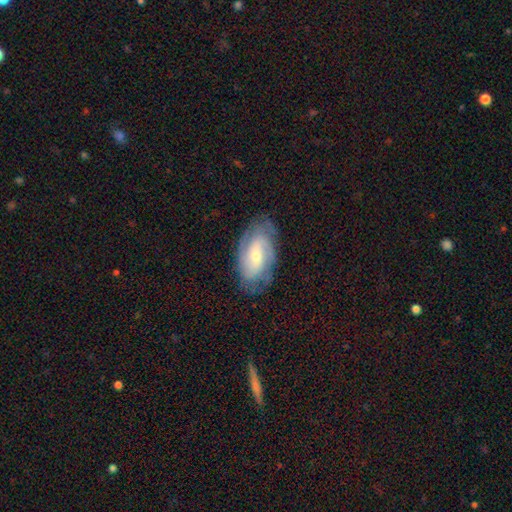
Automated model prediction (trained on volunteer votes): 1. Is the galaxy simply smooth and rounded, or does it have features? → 78% featured or disk, 16% smooth, 6% star or artifact.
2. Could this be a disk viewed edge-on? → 95% no, 5% yes.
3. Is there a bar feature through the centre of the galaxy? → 46% no, 41% weak, 13% strong.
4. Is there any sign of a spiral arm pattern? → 94% yes, 6% no.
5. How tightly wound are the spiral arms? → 49% tight, 39% medium, 12% loose.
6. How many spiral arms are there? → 42% 2, 26% can't tell, 19% 3, 5% 4, 4% 1, 3% more than 4.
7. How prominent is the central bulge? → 55% small, 41% moderate, 2% large, 1% none, 1% dominant.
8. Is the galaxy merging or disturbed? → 76% none, 17% minor disturbance, 5% major disturbance, 1% merger.